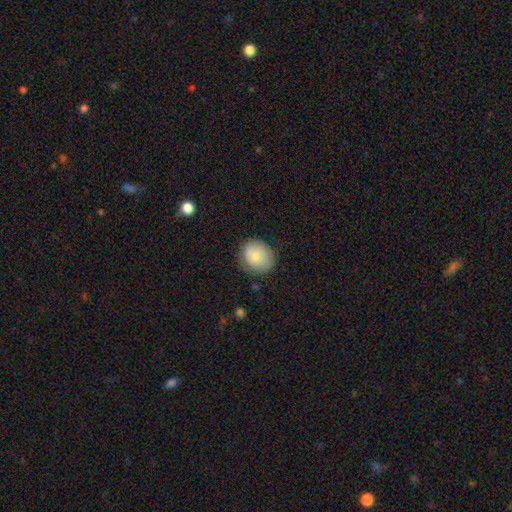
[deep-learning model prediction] Smooth or featured? smooth (75%)
How rounded? round (72%)
Merging? none (76%)